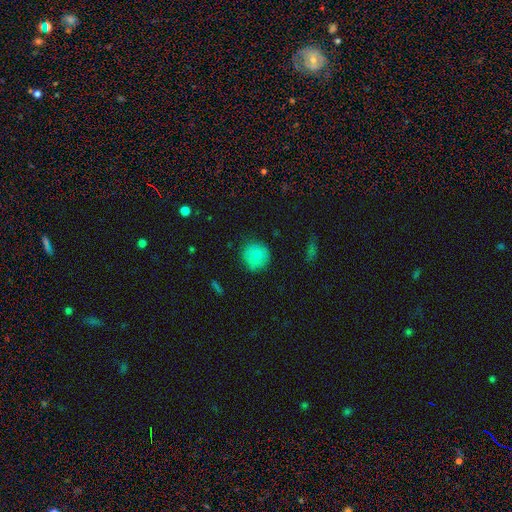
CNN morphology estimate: This appears to be a smooth galaxy with no disk features (76%) that is round (92%). Merging: none (75%).